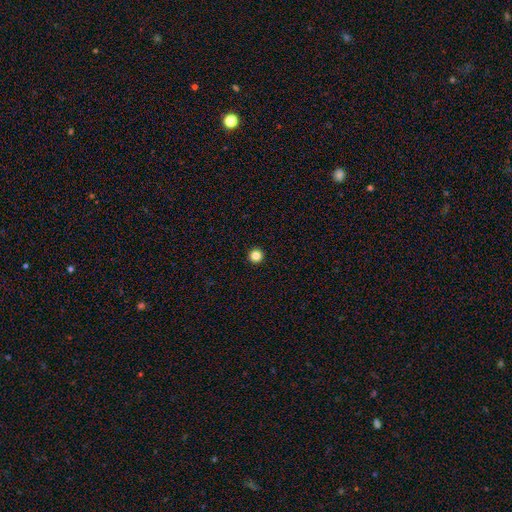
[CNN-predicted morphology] Overall: smooth (85%). How rounded: round (97%). Merging: none (95%).